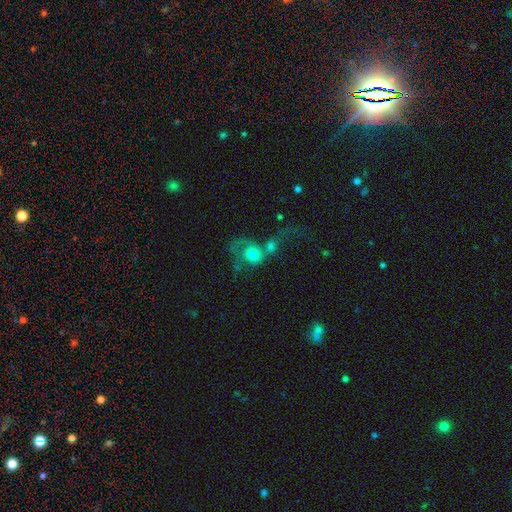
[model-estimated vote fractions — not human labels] This is possibly a featured or disk galaxy (47%). Merging: possibly merger (57%).